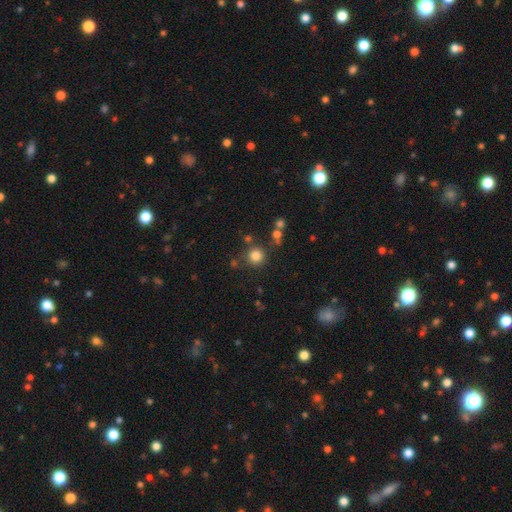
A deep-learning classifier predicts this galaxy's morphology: type=smooth (81%); roundness=round (93%); merging=none (80%).